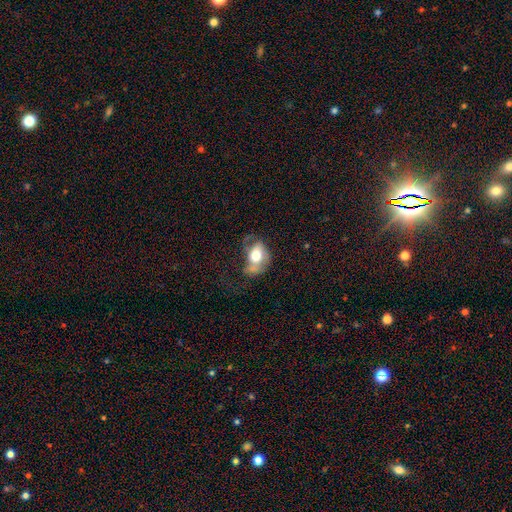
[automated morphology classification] A smooth galaxy with no disk features (54%) that is in between round and cigar-shaped (71%).

Vote fractions:
- Smooth or featured? smooth: 54% / featured or disk: 38% / star or artifact: 8%
- How rounded? in between: 71% / round: 27% / cigar-shaped: 2%
- Merging? major disturbance: 43% / minor disturbance: 24% / none: 24% / merger: 9%